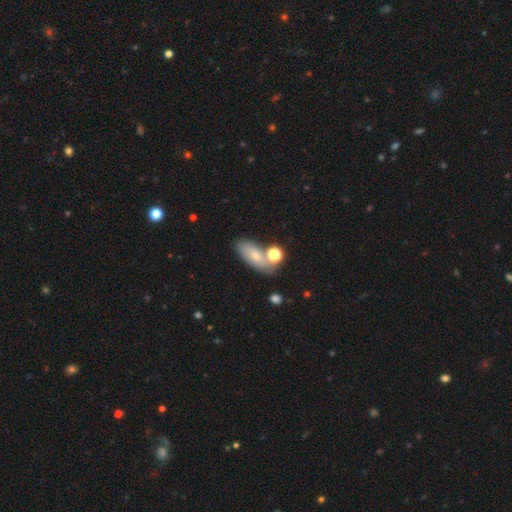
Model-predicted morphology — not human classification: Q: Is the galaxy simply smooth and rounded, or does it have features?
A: smooth — 72%.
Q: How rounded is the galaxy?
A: in between — 80%.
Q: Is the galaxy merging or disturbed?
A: none — 58%.